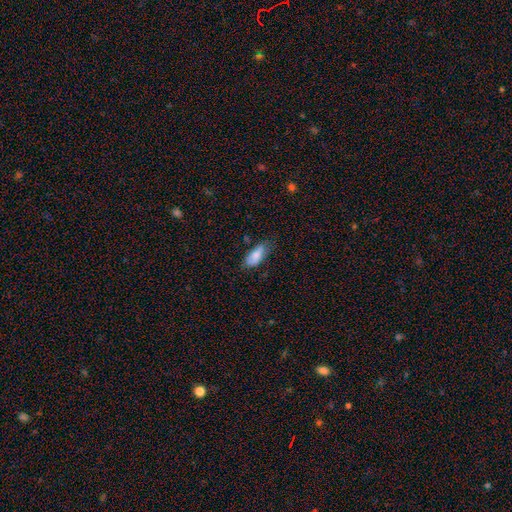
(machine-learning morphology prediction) A smooth galaxy with no disk features (80%) that is in between round and cigar-shaped (85%).

Vote fractions:
- Smooth or featured? smooth: 80% / featured or disk: 13% / star or artifact: 7%
- How rounded? in between: 85% / cigar-shaped: 13% / round: 2%
- Merging? none: 56% / minor disturbance: 33% / major disturbance: 9% / merger: 3%